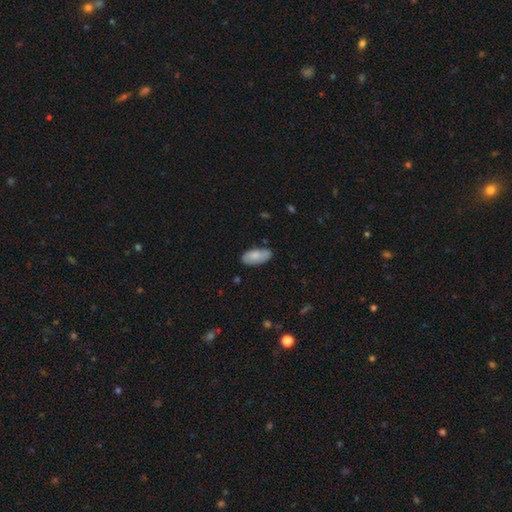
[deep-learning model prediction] Overall: smooth (81%). How rounded: in between (91%). Merging: none (75%).